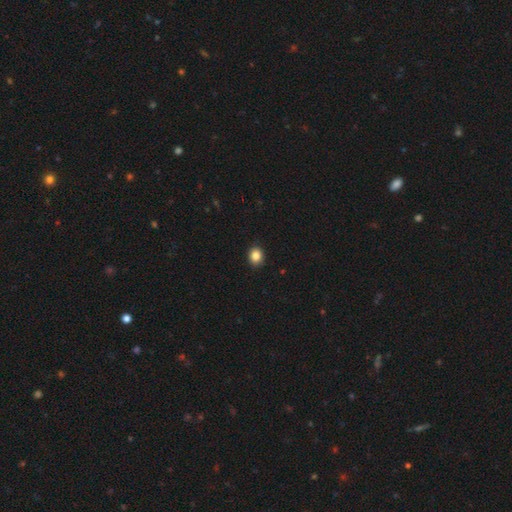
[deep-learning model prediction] Smooth or featured: smooth — 86% (star or artifact — 10%)
How rounded: round — 66% (in between — 34%)
Merging: none — 91% (minor disturbance — 6%)